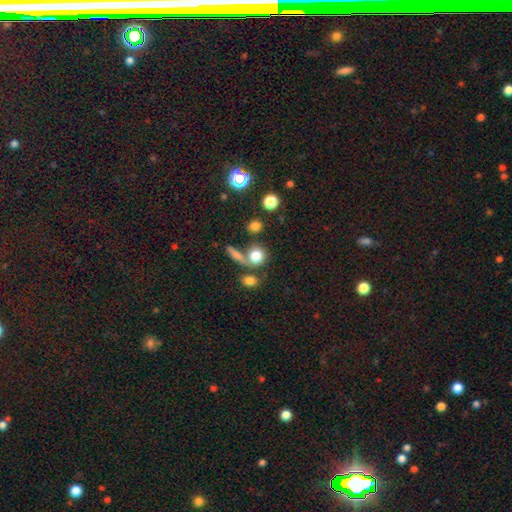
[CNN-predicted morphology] smooth_or_featured: smooth (p=0.77) [alt: star or artifact p=0.12]
how_rounded: round (p=0.79) [alt: in between p=0.18]
merging: none (p=0.56) [alt: merger p=0.27]